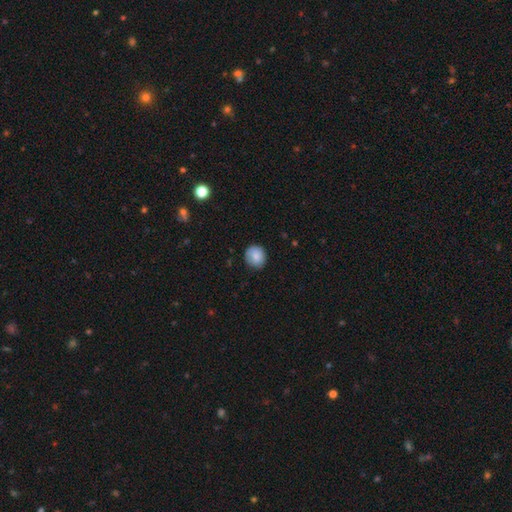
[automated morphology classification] Smooth or featured?
  - smooth: 84% *
  - featured or disk: 9%
  - star or artifact: 8%
How rounded?
  - round: 84% *
  - in between: 15%
  - cigar-shaped: 1%
Merging?
  - none: 83% *
  - minor disturbance: 14%
  - major disturbance: 3%
  - merger: 1%